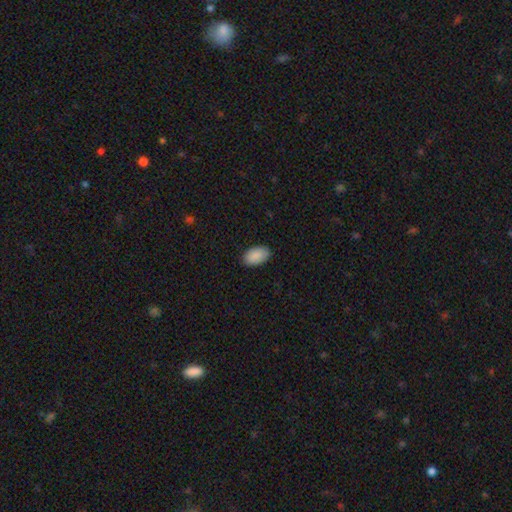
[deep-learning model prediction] smooth_or_featured: smooth (p=0.90) [alt: star or artifact p=0.06]
how_rounded: in between (p=0.95) [alt: round p=0.04]
merging: none (p=0.88) [alt: minor disturbance p=0.09]